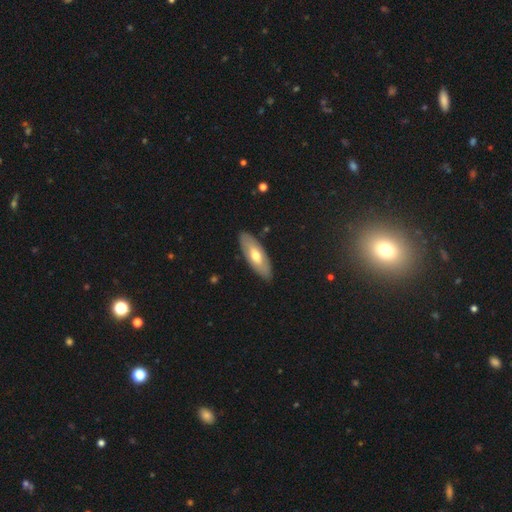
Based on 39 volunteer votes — A smooth galaxy with no disk features (51%) that is in between round and cigar-shaped (80%).

Vote fractions:
- Smooth or featured? smooth: 51% / featured or disk: 49% / star or artifact: 0%
- How rounded? in between: 80% / cigar-shaped: 20% / round: 0%
- Merging? none: 87% / minor disturbance: 13% / major disturbance: 0% / merger: 0%